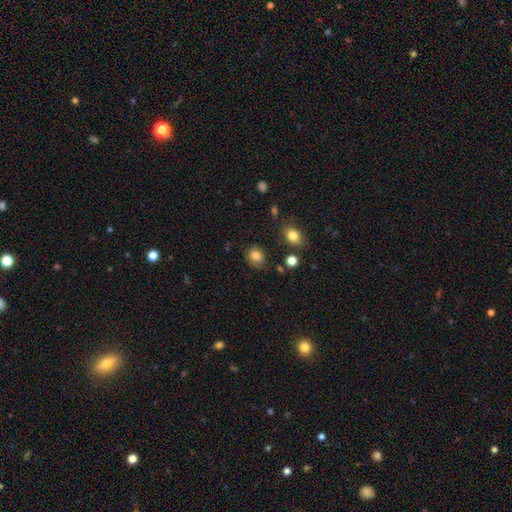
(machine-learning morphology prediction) Q: Smooth or featured?
A: smooth (82%); runner-up: star or artifact (10%)
Q: How rounded?
A: in between (50%); runner-up: round (49%)
Q: Merging?
A: none (65%); runner-up: minor disturbance (25%)